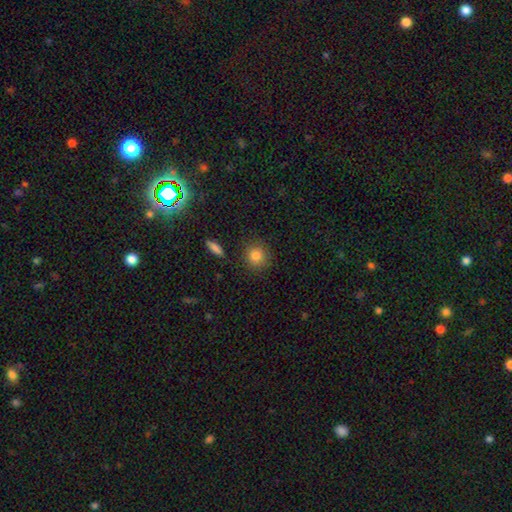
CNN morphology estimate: Overall: smooth (84%). How rounded: round (89%). Merging: none (88%).